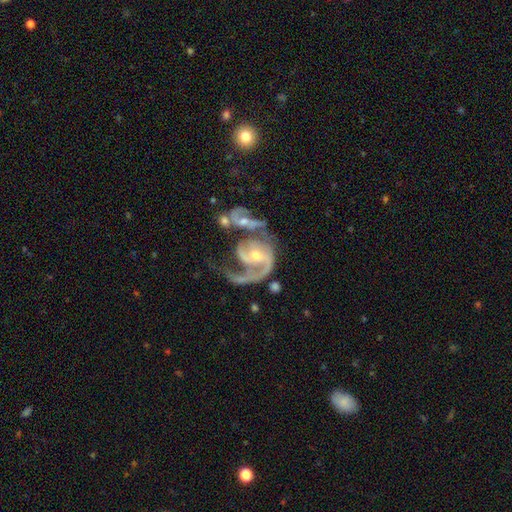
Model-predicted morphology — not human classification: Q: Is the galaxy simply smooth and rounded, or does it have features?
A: featured or disk — 88%.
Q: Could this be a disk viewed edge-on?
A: no — 98%.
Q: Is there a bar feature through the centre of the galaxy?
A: no — 55%.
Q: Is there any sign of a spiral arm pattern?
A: yes — 94%.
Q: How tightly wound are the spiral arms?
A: medium — 43%.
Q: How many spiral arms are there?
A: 2 — 46%.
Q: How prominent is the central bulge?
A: small — 49%.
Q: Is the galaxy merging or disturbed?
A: merger — 30%.